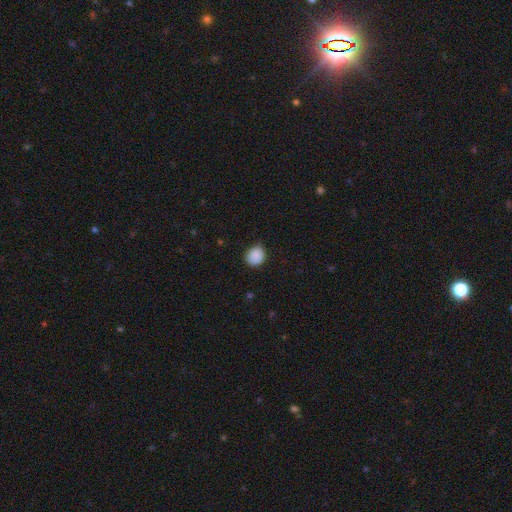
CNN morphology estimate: This appears to be a smooth galaxy with no disk features (87%) that is round (70%). Merging: none (76%).